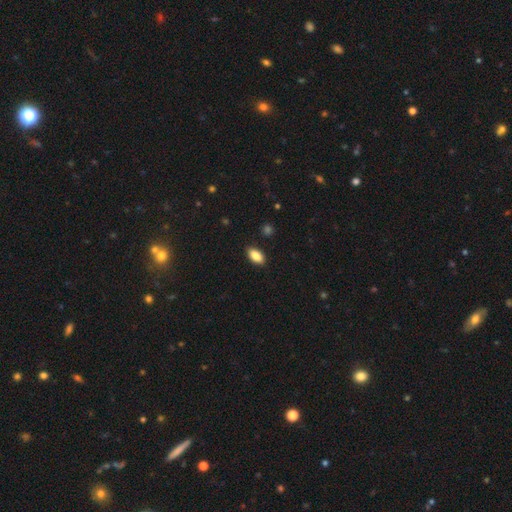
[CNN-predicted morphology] smooth 86%, star or artifact 8%, featured or disk 6%. Down the decision tree: how rounded — in between (92%); merging — none (88%).